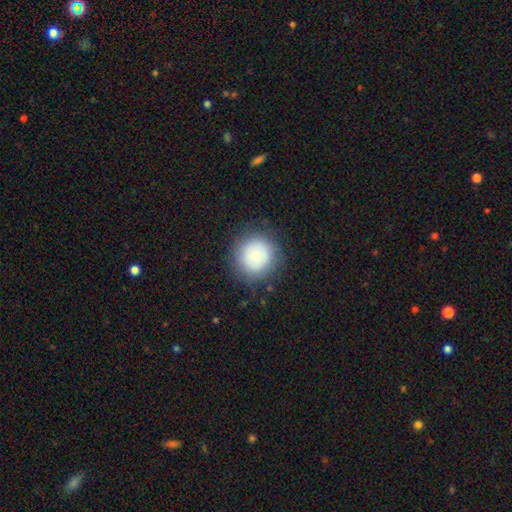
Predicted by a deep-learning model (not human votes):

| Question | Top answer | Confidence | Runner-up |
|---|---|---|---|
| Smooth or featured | smooth | 74% | featured or disk (18%) |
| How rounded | round | 94% | in between (5%) |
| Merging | none | 84% | minor disturbance (11%) |